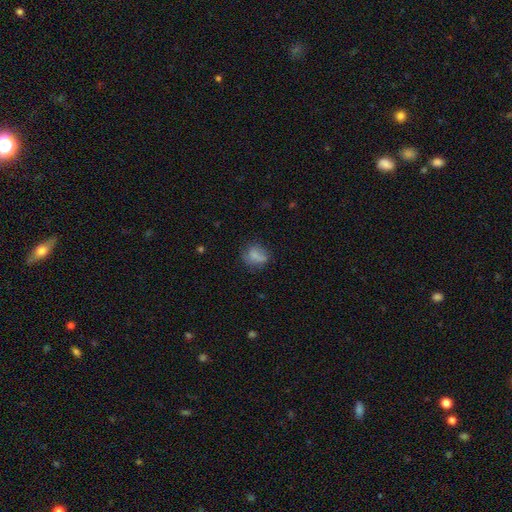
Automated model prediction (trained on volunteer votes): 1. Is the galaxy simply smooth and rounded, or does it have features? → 74% smooth, 15% featured or disk, 11% star or artifact.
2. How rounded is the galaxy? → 55% round, 44% in between, 2% cigar-shaped.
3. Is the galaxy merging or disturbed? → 57% none, 26% minor disturbance, 12% major disturbance, 5% merger.